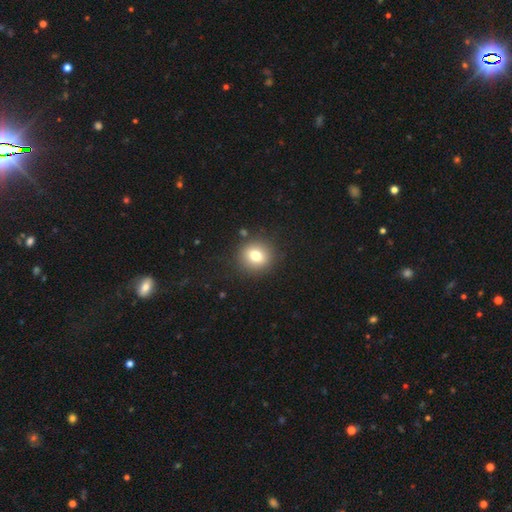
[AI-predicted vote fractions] smooth_or_featured: smooth (p=0.76) [alt: featured or disk p=0.13]
how_rounded: round (p=0.86) [alt: in between p=0.13]
merging: none (p=0.88) [alt: minor disturbance p=0.07]